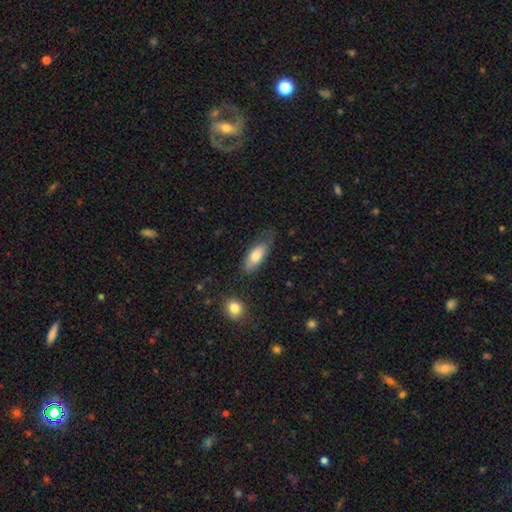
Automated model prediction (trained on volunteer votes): Smooth or featured? Predicted: smooth (p=0.75). How rounded? Predicted: in between (p=0.81). Merging? Predicted: none (p=0.61).